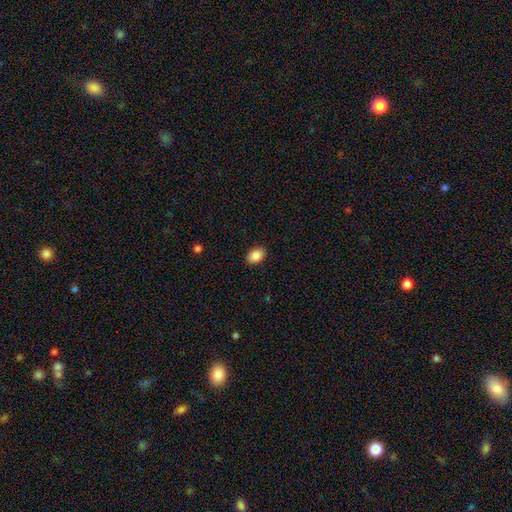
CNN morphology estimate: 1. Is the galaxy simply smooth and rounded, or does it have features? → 88% smooth, 8% star or artifact, 4% featured or disk.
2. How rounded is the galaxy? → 84% in between, 15% round, 1% cigar-shaped.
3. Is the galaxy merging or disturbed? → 90% none, 8% minor disturbance, 2% major disturbance, 1% merger.